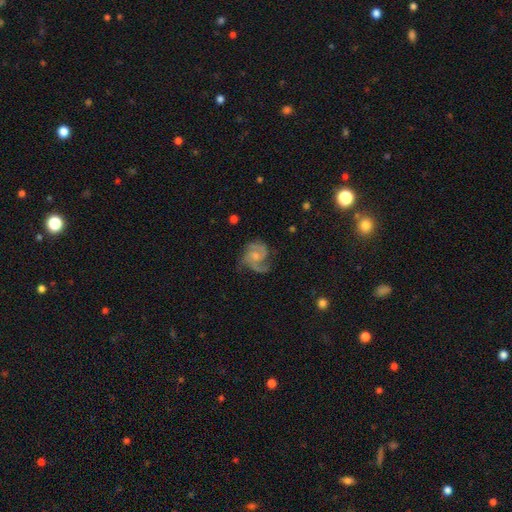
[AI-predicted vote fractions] The model was most divided on "spiral arm count" (2-way tie): 3: 39%, 2: 39%, can't tell: 9%, 1: 6%, 4: 4%, more than 4: 3%. More confident: edge-on disk — no (98%); spiral arms — yes (96%); smooth or featured — featured or disk (83%); bar — no (69%); merging — none (60%); bulge size — small (55%); spiral winding — medium (52%).